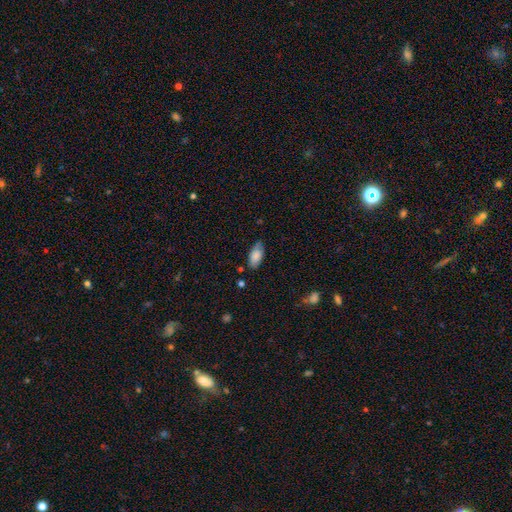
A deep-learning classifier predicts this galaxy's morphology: Smooth or featured? Predicted: smooth (p=0.84). How rounded? Predicted: in between (p=0.91). Merging? Predicted: none (p=0.73).